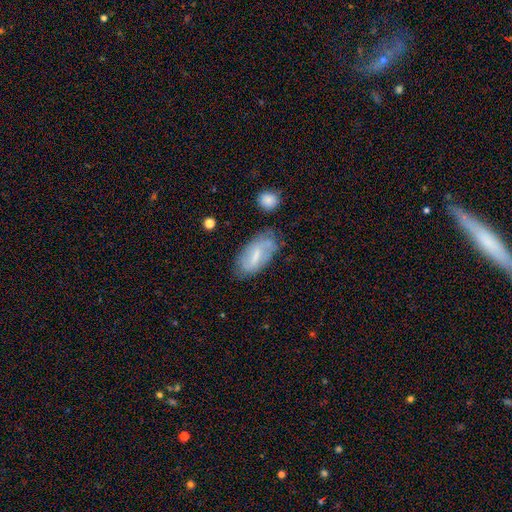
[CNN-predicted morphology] Smooth or featured?
  - smooth: 48% *
  - featured or disk: 45%
  - star or artifact: 7%
Merging?
  - none: 59% *
  - minor disturbance: 26%
  - major disturbance: 9%
  - merger: 5%